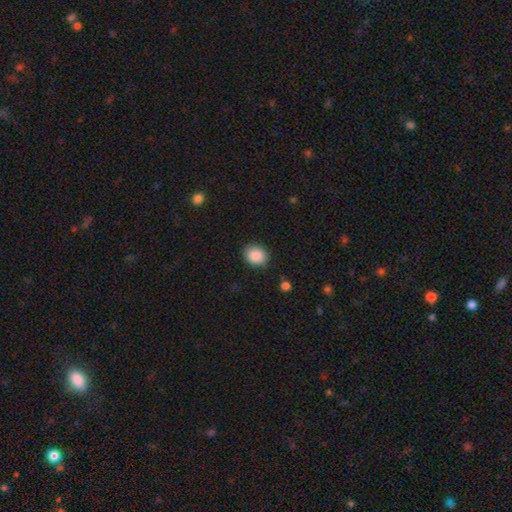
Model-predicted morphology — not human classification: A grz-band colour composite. It shows a smooth galaxy with no disk features (89%) that is round (58%). Merging: none (86%).